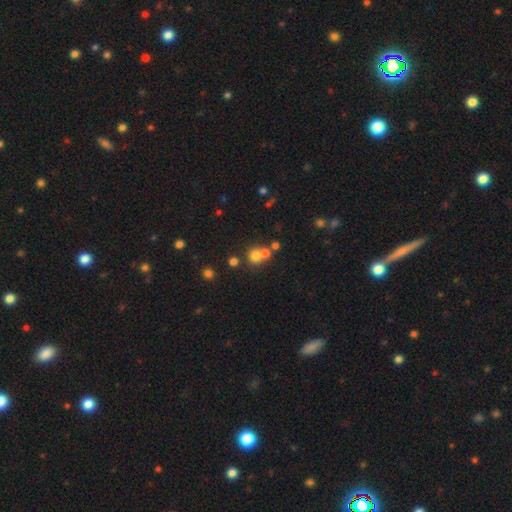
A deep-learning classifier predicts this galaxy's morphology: Q: Smooth or featured?
A: smooth (68%); runner-up: star or artifact (19%)
Q: How rounded?
A: round (87%); runner-up: in between (12%)
Q: Merging?
A: none (49%); runner-up: merger (41%)